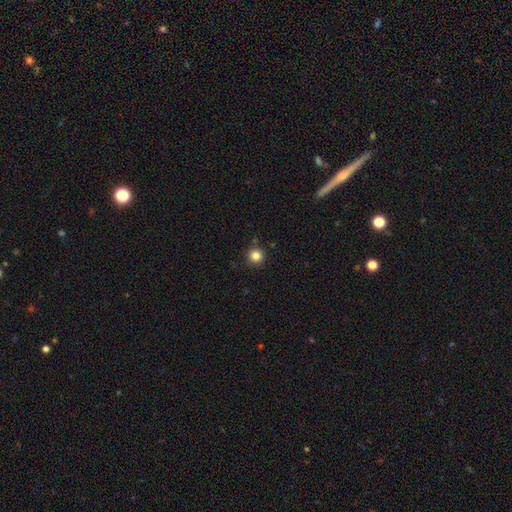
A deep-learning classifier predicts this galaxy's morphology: smooth 84%, star or artifact 12%, featured or disk 4%. Down the decision tree: how rounded — round (96%); merging — none (90%).